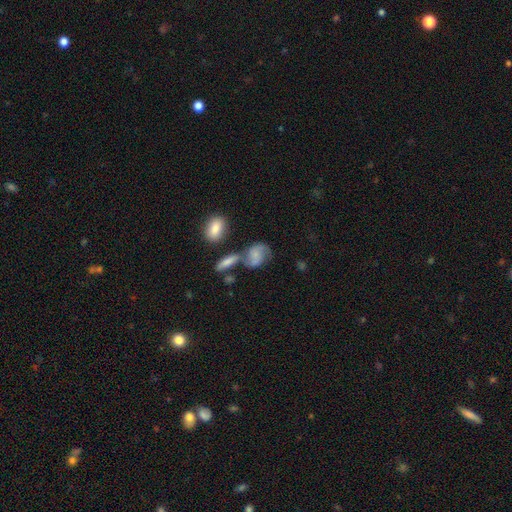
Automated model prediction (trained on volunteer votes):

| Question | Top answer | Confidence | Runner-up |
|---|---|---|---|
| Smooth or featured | featured or disk | 49% | smooth (43%) |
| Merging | none | 46% | merger (23%) |